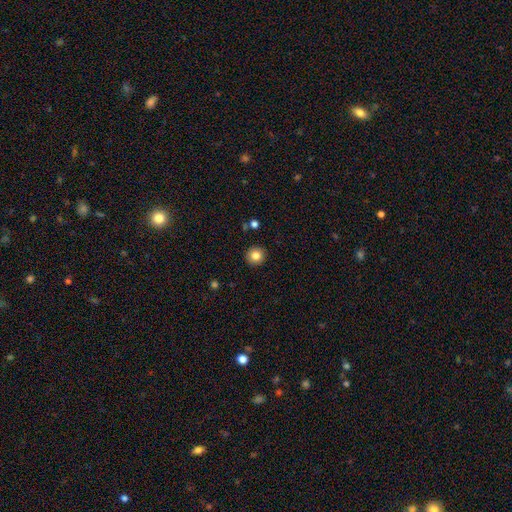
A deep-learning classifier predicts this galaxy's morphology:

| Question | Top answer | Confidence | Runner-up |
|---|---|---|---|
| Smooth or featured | smooth | 83% | star or artifact (10%) |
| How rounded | round | 94% | in between (5%) |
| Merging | none | 92% | minor disturbance (5%) |